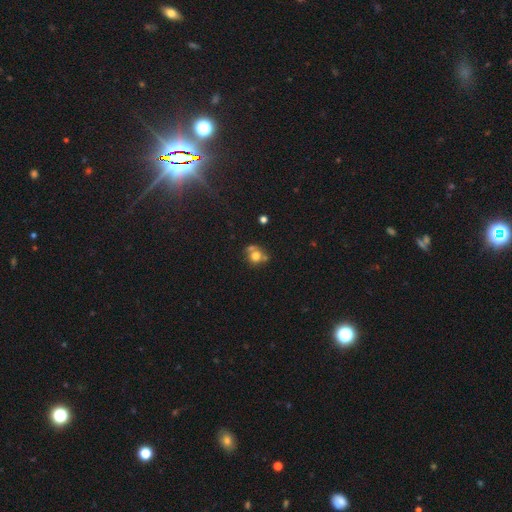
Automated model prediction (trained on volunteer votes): Morphology: type=smooth (71%); roundness=round (82%); merging=none (49%).